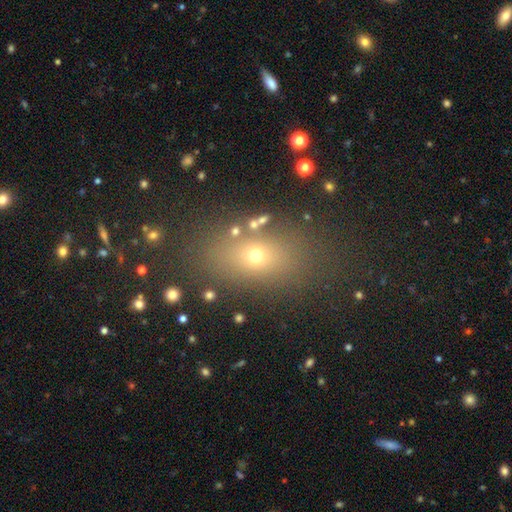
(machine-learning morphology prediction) Smooth or featured?
  - smooth: 61% *
  - star or artifact: 24%
  - featured or disk: 15%
How rounded?
  - in between: 70% *
  - round: 24%
  - cigar-shaped: 5%
Merging?
  - none: 81% *
  - minor disturbance: 10%
  - major disturbance: 5%
  - merger: 4%